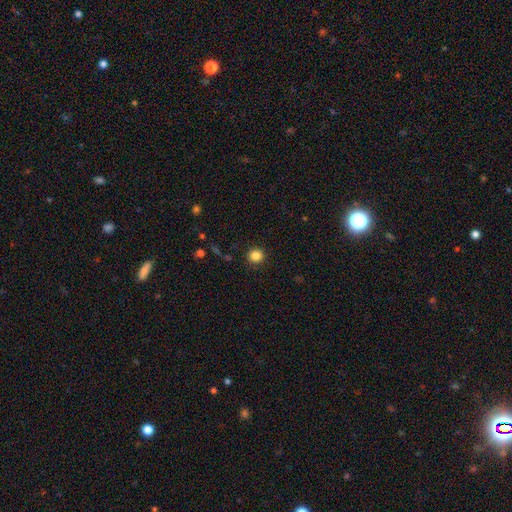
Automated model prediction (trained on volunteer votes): Smooth or featured? smooth (84%)
How rounded? round (93%)
Merging? none (91%)